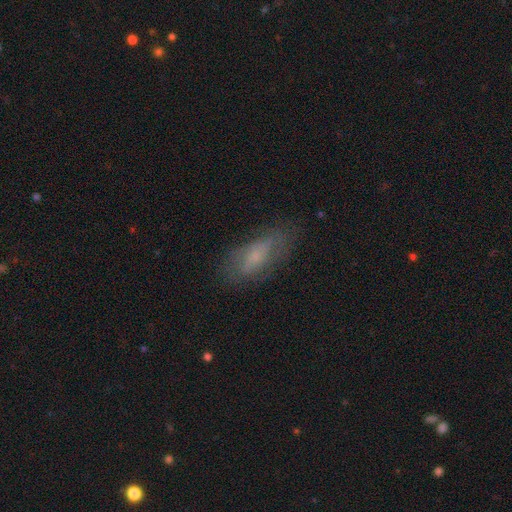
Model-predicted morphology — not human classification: This appears to be a smooth galaxy with no disk features (57%) that is in between round and cigar-shaped (71%). Merging: none (64%).